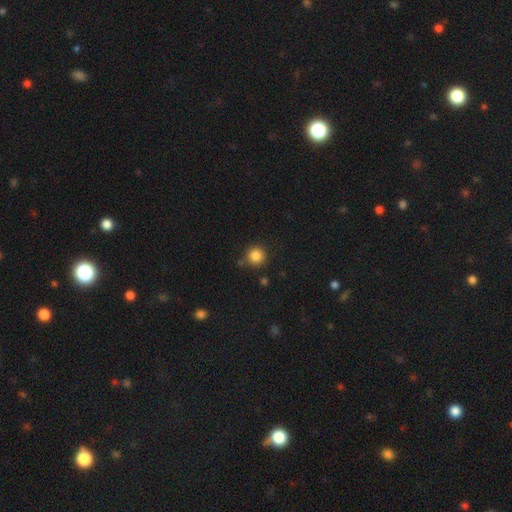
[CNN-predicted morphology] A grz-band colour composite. It shows a smooth galaxy with no disk features (84%) that is round (94%). Merging: none (82%).